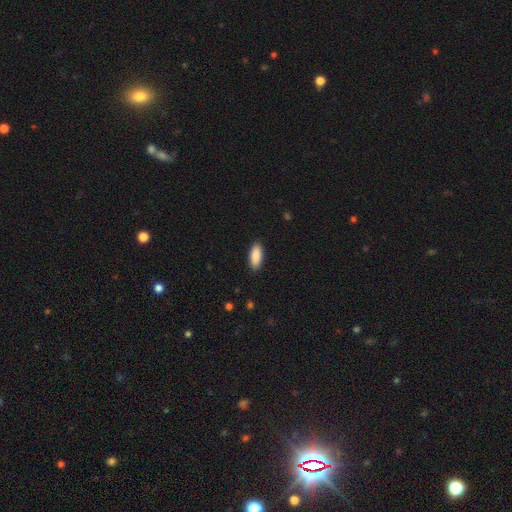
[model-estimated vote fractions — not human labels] Smooth or featured?
  - smooth: 89% *
  - star or artifact: 6%
  - featured or disk: 5%
How rounded?
  - in between: 82% *
  - cigar-shaped: 16%
  - round: 2%
Merging?
  - none: 90% *
  - minor disturbance: 8%
  - major disturbance: 2%
  - merger: 1%